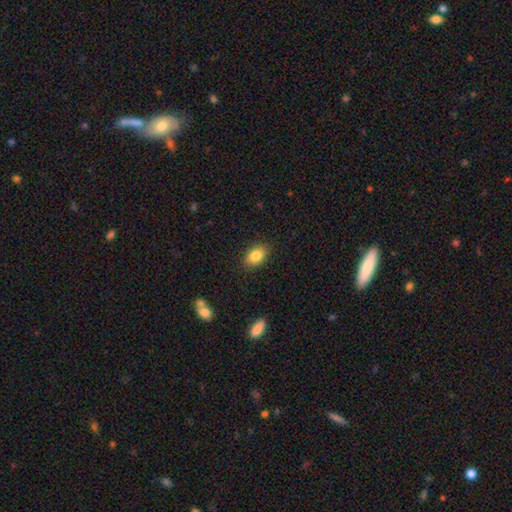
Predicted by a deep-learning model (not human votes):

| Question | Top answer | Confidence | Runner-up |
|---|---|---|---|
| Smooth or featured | smooth | 84% | star or artifact (8%) |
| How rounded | in between | 82% | round (16%) |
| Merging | none | 87% | minor disturbance (10%) |